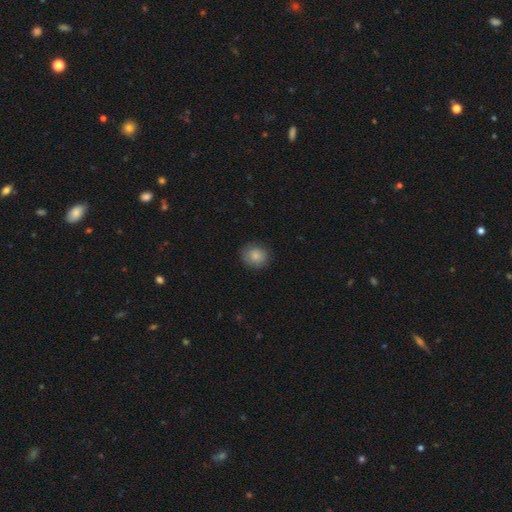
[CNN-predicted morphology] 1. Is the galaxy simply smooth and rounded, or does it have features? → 85% smooth, 8% star or artifact, 7% featured or disk.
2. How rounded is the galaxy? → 77% round, 23% in between, 1% cigar-shaped.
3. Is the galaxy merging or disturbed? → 83% none, 13% minor disturbance, 3% major disturbance, 1% merger.